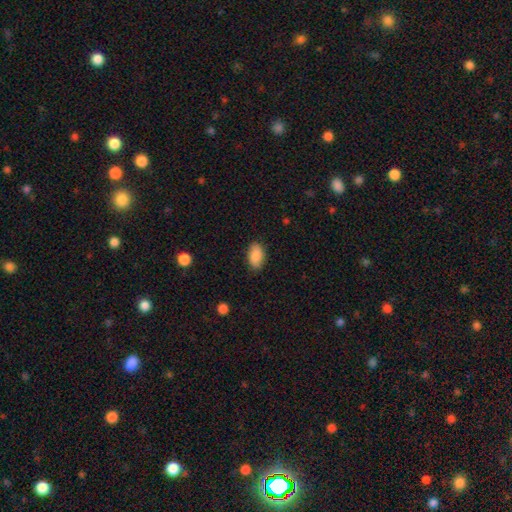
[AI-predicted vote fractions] A smooth galaxy with no disk features (88%) that is in between round and cigar-shaped (93%). Merging: none (86%).